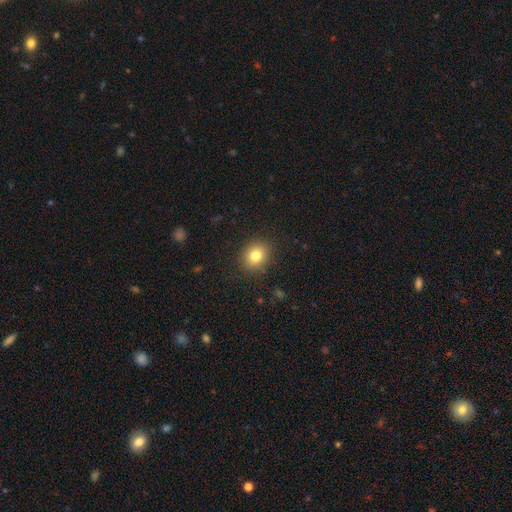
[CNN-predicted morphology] Overall: smooth (81%). How rounded: round (68%; in between 31%). Merging: none (88%).